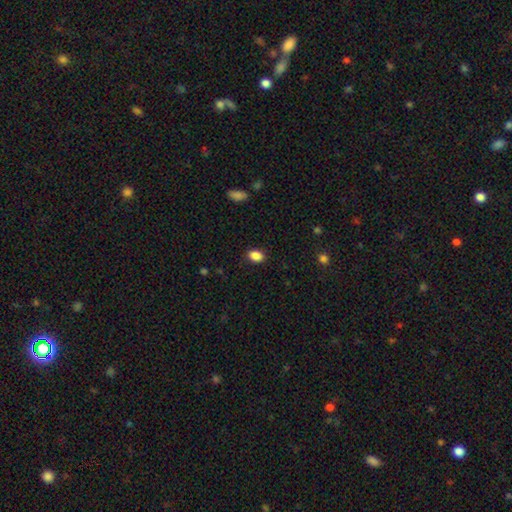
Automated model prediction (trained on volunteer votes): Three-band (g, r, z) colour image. It shows a smooth galaxy with no disk features (88%) that is in between round and cigar-shaped (77%). Merging: none (88%).